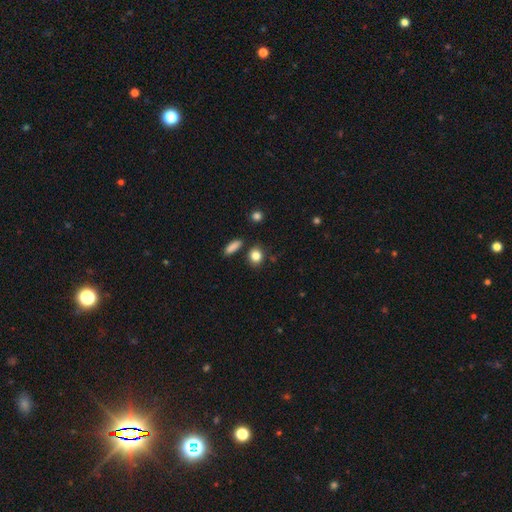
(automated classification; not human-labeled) This is clearly a smooth galaxy (85%). How rounded: possibly round (56%). Merging: likely none (80%).